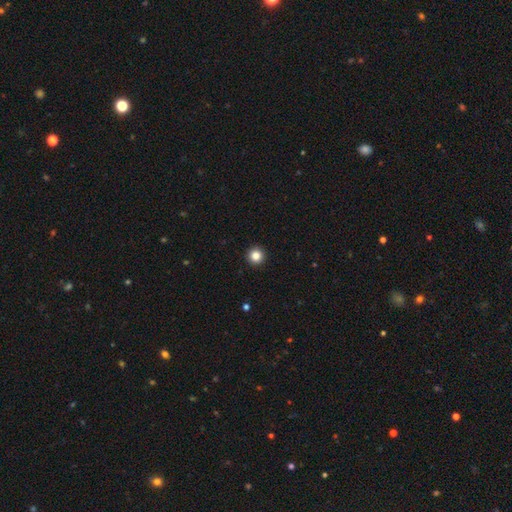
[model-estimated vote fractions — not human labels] Q: Smooth or featured?
A: smooth (84%); runner-up: star or artifact (12%)
Q: How rounded?
A: round (96%); runner-up: in between (3%)
Q: Merging?
A: none (94%); runner-up: minor disturbance (4%)